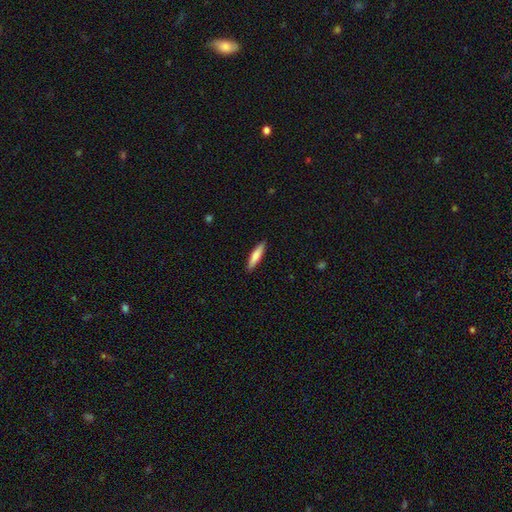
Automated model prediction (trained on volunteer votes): Smooth or featured? Predicted: smooth (p=0.75). How rounded? Predicted: cigar-shaped (p=0.79). Merging? Predicted: none (p=0.90).